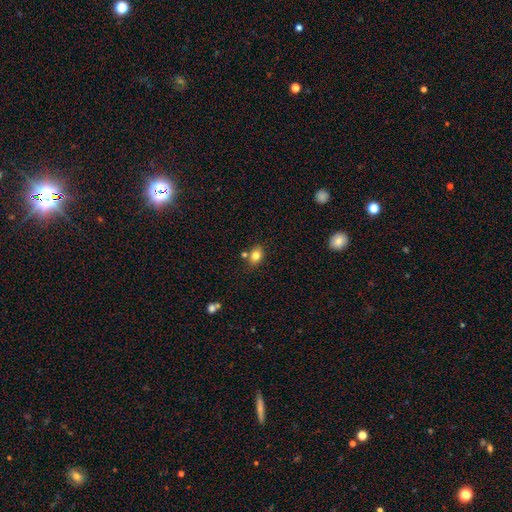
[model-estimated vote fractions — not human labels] Morphology: type=smooth (80%); roundness=in between (64%); merging=none (70%).